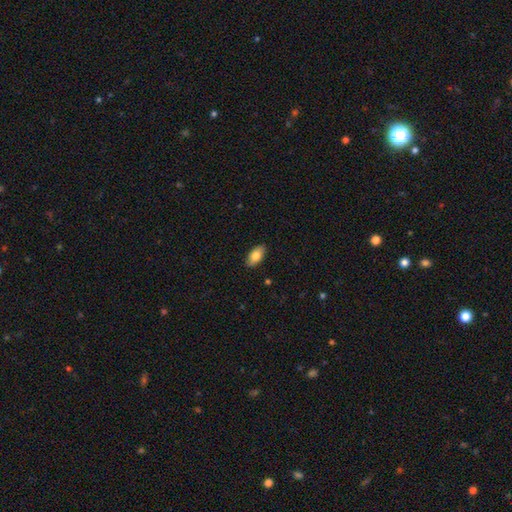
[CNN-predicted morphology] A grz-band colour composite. It shows a smooth galaxy with no disk features (81%) that is in between round and cigar-shaped (93%). Merging: none (89%).